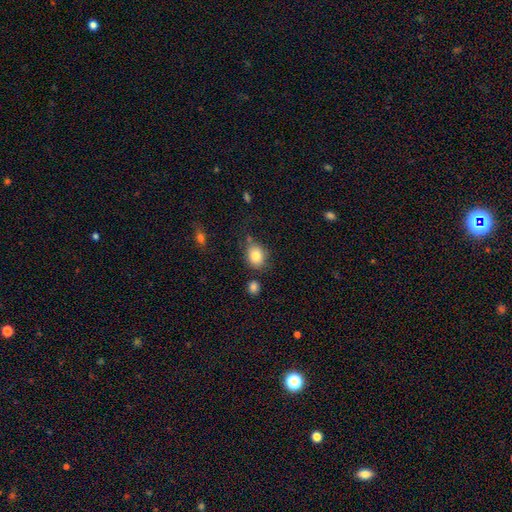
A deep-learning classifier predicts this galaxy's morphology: Smooth or featured: smooth — 82% (star or artifact — 10%)
How rounded: round — 59% (in between — 40%)
Merging: none — 67% (minor disturbance — 19%)